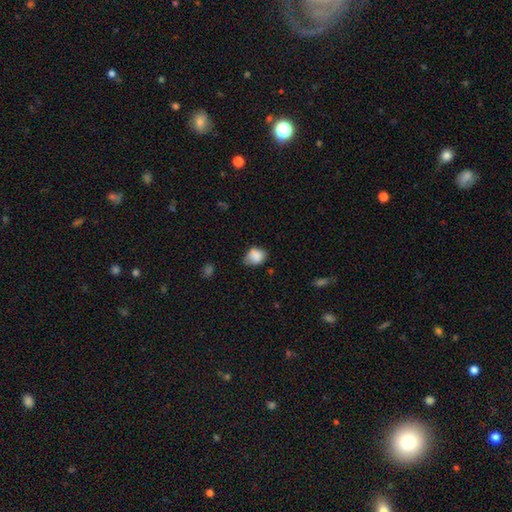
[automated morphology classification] This appears to be a smooth galaxy with no disk features (85%) that is in between round and cigar-shaped (55%). Merging: none (50%).